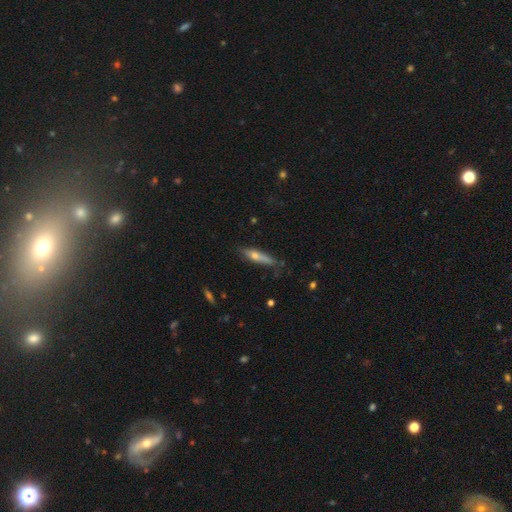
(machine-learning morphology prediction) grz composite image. It shows a smooth galaxy with no disk features (50%) that is cigar-shaped (83%). Merging: none (69%).